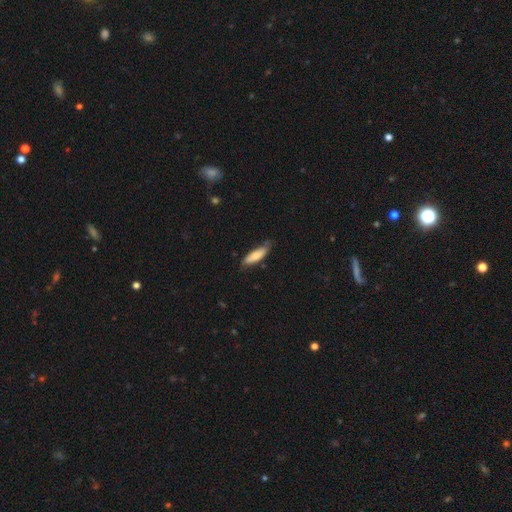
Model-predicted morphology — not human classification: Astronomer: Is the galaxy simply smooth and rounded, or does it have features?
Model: smooth — 71%.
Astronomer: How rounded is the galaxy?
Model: cigar-shaped — 59% (runner-up: in between, 40%).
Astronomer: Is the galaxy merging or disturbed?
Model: none — 66%.